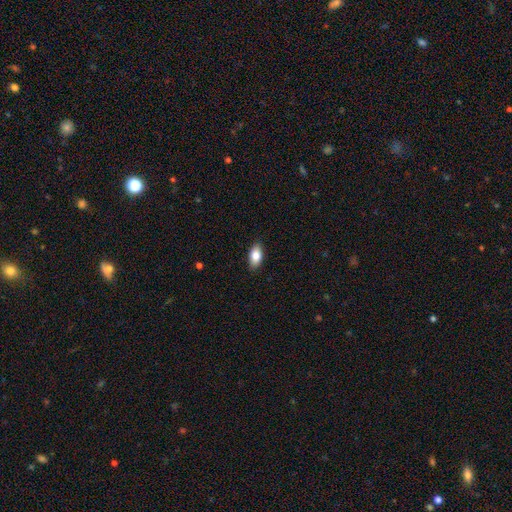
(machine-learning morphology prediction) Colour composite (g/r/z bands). It shows a smooth galaxy with no disk features (83%) that is in between round and cigar-shaped (91%). Merging: none (88%).